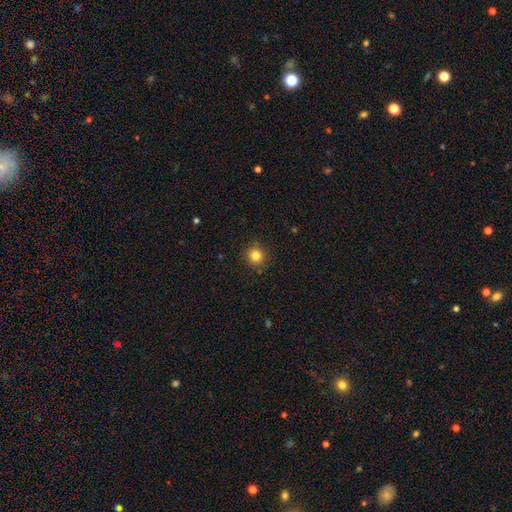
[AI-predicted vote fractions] This appears to be a smooth galaxy with no disk features (82%) that is round (92%). Merging: none (89%).